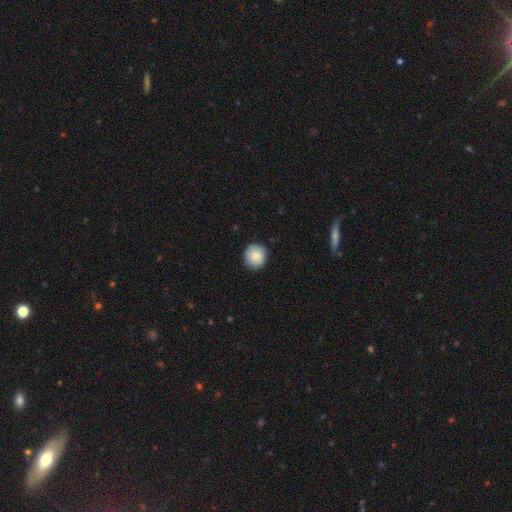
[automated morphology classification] smooth-or-featured: smooth: 87% | star or artifact: 7% | featured or disk: 6%
  how-rounded: round: 90% | in between: 9% | cigar-shaped: 1%
  merging: none: 87% | minor disturbance: 10% | major disturbance: 2% | merger: 1%